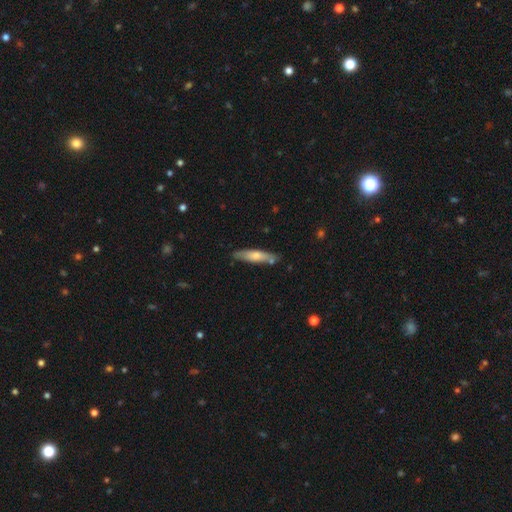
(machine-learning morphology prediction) Smooth or featured? smooth (61%)
How rounded? cigar-shaped (80%)
Merging? none (78%)